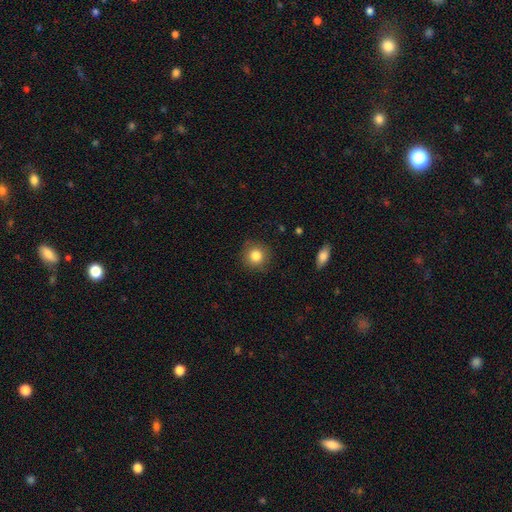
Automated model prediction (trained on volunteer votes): Smooth or featured?
  - smooth: 83% *
  - star or artifact: 10%
  - featured or disk: 7%
How rounded?
  - round: 92% *
  - in between: 7%
  - cigar-shaped: 1%
Merging?
  - none: 88% *
  - minor disturbance: 8%
  - major disturbance: 3%
  - merger: 1%